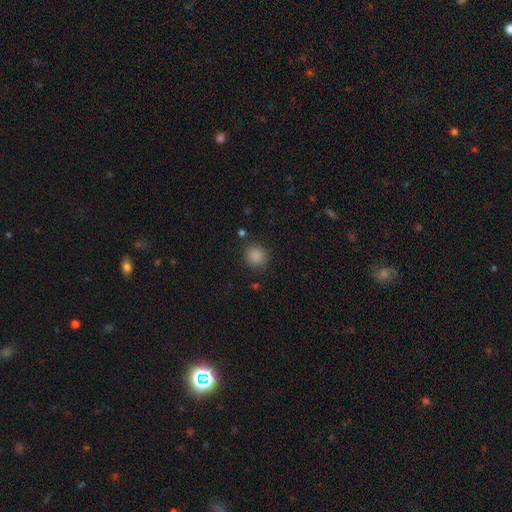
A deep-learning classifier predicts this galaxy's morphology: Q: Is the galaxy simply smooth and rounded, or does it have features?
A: smooth — 86%.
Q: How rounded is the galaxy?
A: round — 83%.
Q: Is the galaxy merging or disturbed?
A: none — 84%.